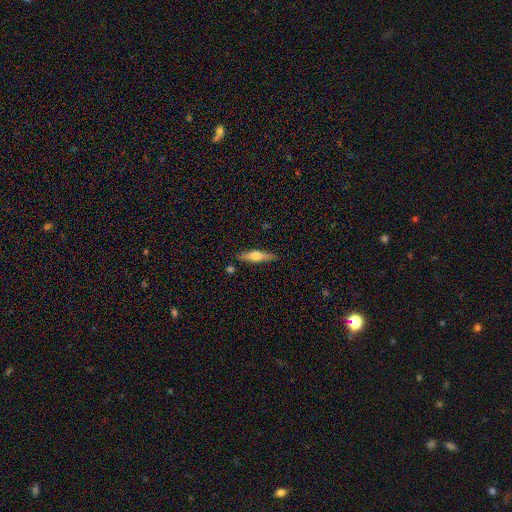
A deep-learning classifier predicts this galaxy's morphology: Q: Smooth or featured?
A: smooth (49%); runner-up: featured or disk (45%)
Q: Merging?
A: none (85%); runner-up: minor disturbance (10%)